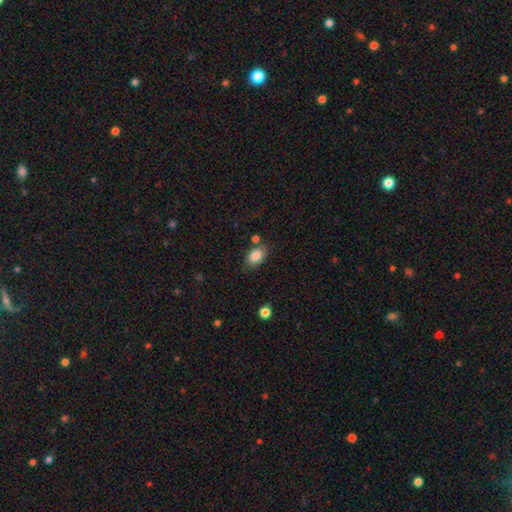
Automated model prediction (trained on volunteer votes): This appears to be a smooth galaxy with no disk features (85%) that is in between round and cigar-shaped (84%). Merging: none (72%).